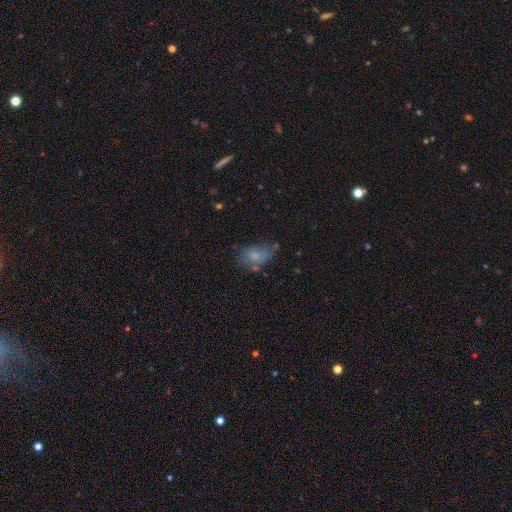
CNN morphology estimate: Smooth or featured? Predicted: smooth (p=0.71). How rounded? Predicted: in between (p=0.80). Merging? Predicted: none (p=0.44).